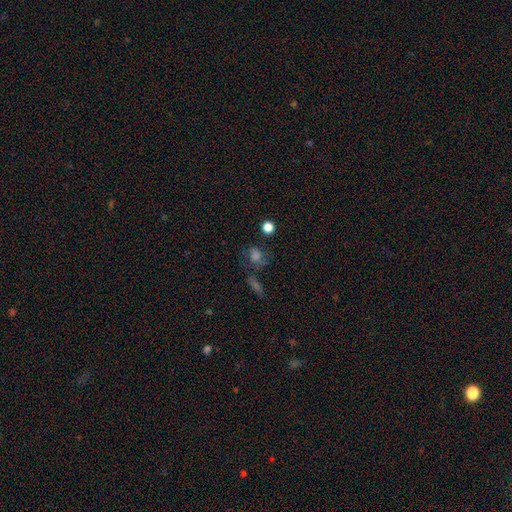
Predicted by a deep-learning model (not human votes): Morphology: type=smooth (54%); roundness=round (58%); merging=none (52%).